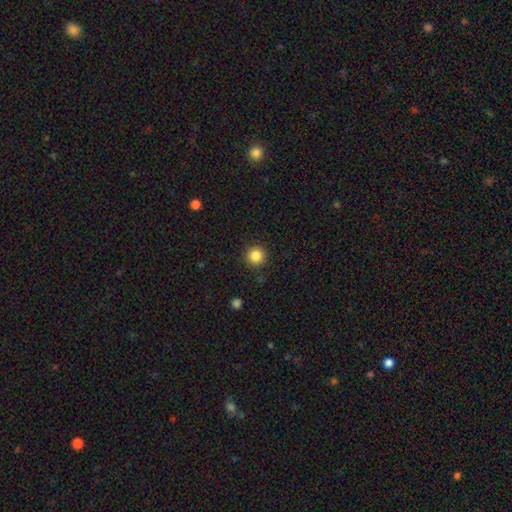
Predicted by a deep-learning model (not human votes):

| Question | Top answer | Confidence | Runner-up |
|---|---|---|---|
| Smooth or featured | smooth | 84% | star or artifact (11%) |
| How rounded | round | 95% | in between (4%) |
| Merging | none | 91% | minor disturbance (6%) |